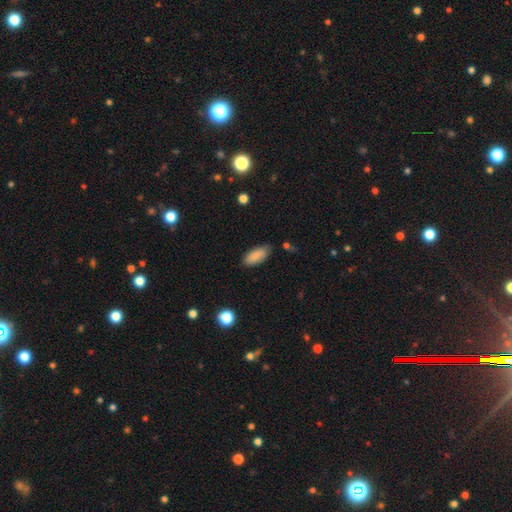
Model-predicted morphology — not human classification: Smooth or featured: smooth — 87% (star or artifact — 7%)
How rounded: in between — 84% (cigar-shaped — 14%)
Merging: none — 82% (minor disturbance — 14%)